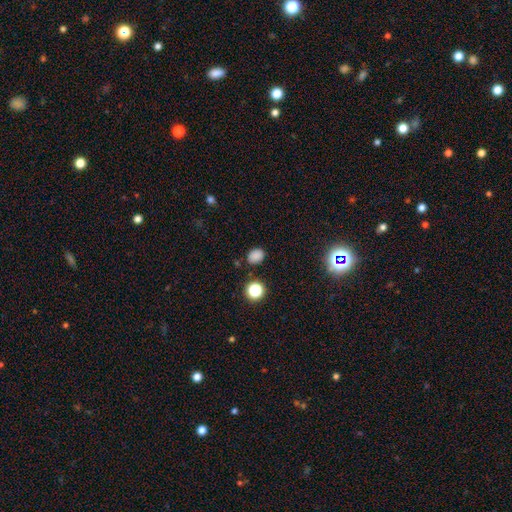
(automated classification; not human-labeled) Smooth or featured? Predicted: smooth (p=0.80). How rounded? Predicted: in between (p=0.53). Merging? Predicted: none (p=0.83).